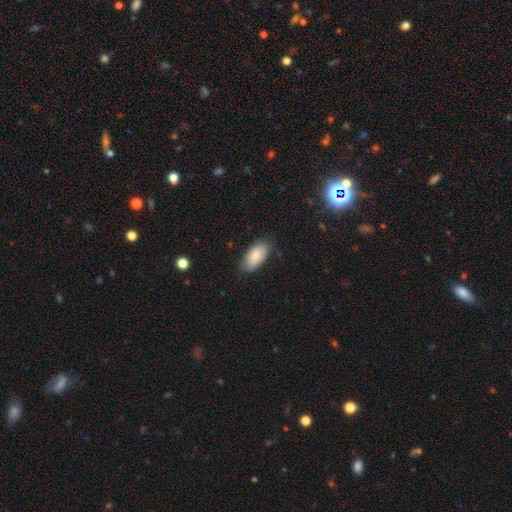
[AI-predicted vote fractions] smooth-or-featured: smooth: 76% | featured or disk: 18% | star or artifact: 6%
  how-rounded: in between: 94% | round: 3% | cigar-shaped: 2%
  merging: none: 76% | minor disturbance: 20% | major disturbance: 3% | merger: 1%